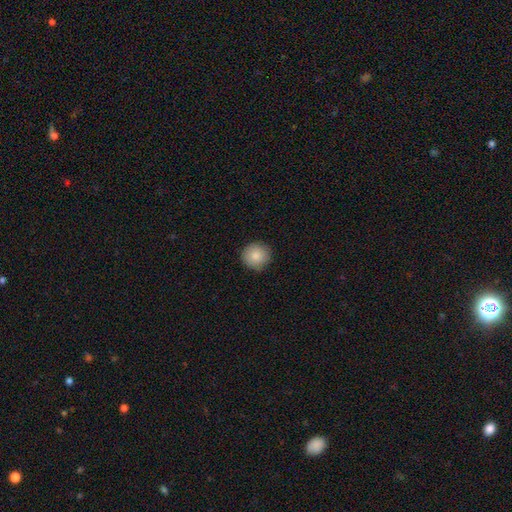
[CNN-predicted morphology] This is clearly a smooth galaxy (86%). How rounded: clearly round (94%). Merging: clearly none (90%).